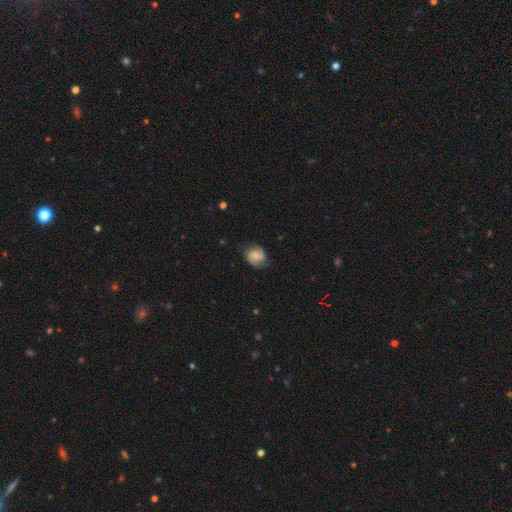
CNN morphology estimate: Q: Smooth or featured?
A: smooth (50%); runner-up: featured or disk (41%)
Q: How rounded?
A: round (66%); runner-up: in between (33%)
Q: Merging?
A: none (71%); runner-up: minor disturbance (22%)